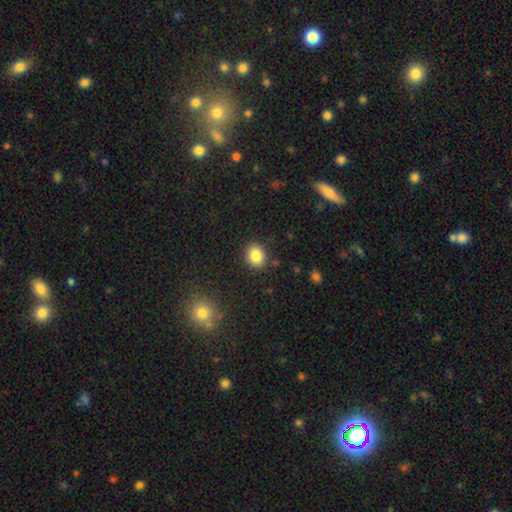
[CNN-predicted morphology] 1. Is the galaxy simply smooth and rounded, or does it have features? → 84% smooth, 10% star or artifact, 6% featured or disk.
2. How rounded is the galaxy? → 62% round, 37% in between, 1% cigar-shaped.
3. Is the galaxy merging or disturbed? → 88% none, 8% minor disturbance, 2% major disturbance, 2% merger.